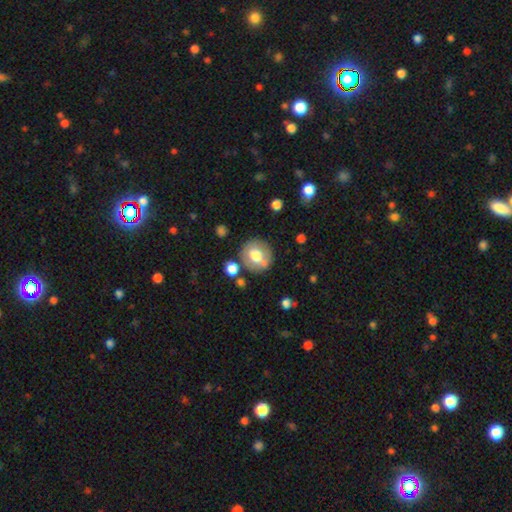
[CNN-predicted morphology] smooth_or_featured: smooth (p=0.65) [alt: featured or disk p=0.27]
how_rounded: round (p=0.85) [alt: in between p=0.14]
merging: none (p=0.71) [alt: minor disturbance p=0.15]